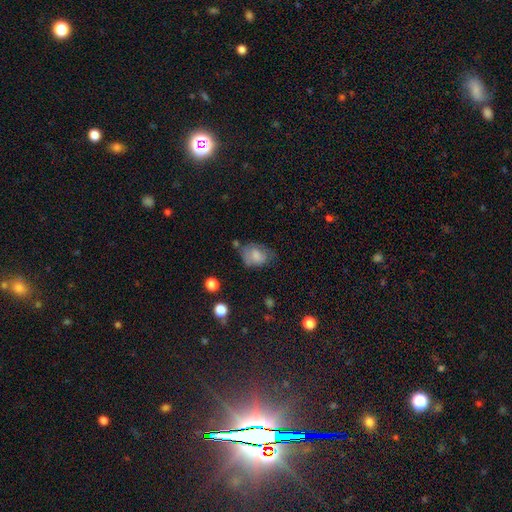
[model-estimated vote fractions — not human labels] A smooth galaxy with no disk features (71%) that is in between round and cigar-shaped (74%).

Vote fractions:
- Smooth or featured? smooth: 71% / featured or disk: 20% / star or artifact: 9%
- How rounded? in between: 74% / round: 24% / cigar-shaped: 1%
- Merging? none: 42% / minor disturbance: 33% / major disturbance: 18% / merger: 6%